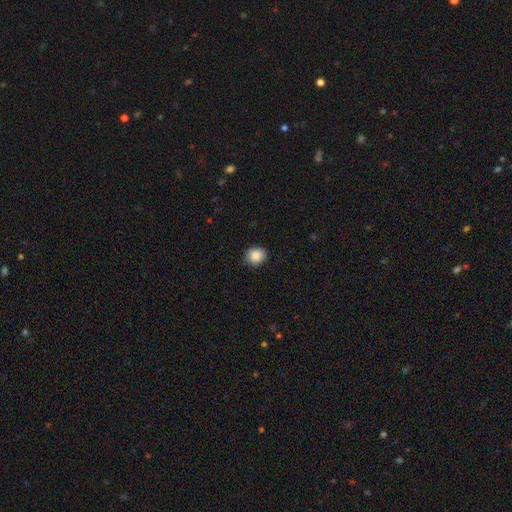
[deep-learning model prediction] Morphology: type=smooth (88%); roundness=round (72%); merging=none (84%).